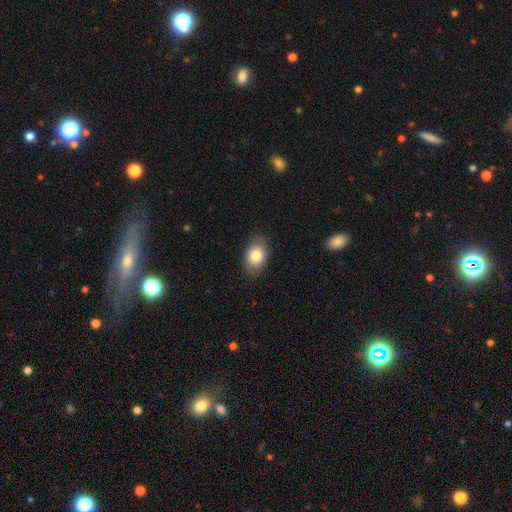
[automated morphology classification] Smooth or featured? Predicted: smooth (p=0.82). How rounded? Predicted: in between (p=0.82). Merging? Predicted: none (p=0.84).